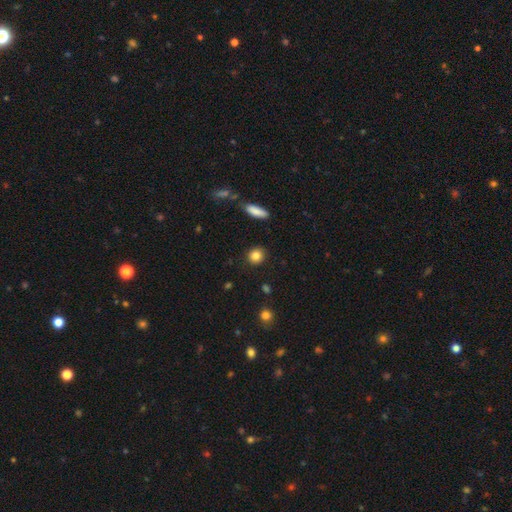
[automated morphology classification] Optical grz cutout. It shows a smooth galaxy with no disk features (85%) that is round (84%). Merging: none (89%).